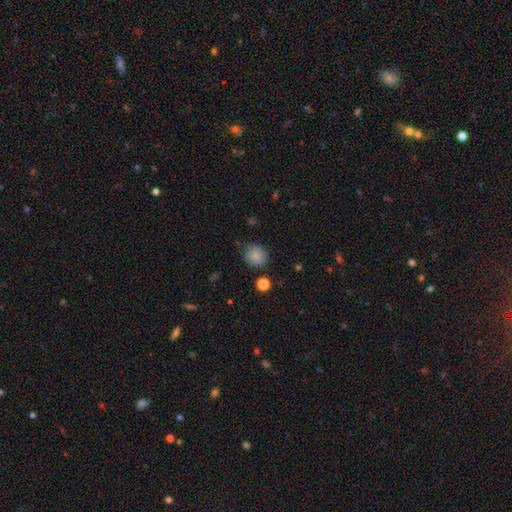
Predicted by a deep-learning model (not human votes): smooth-or-featured: smooth: 85% | star or artifact: 10% | featured or disk: 5%
  how-rounded: round: 79% | in between: 20% | cigar-shaped: 1%
  merging: none: 80% | minor disturbance: 14% | major disturbance: 3% | merger: 2%